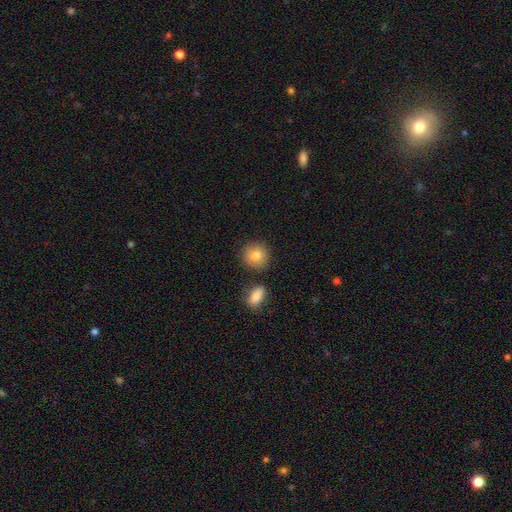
Smooth or featured? 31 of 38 (82%) said smooth. How rounded? 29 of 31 (94%) said round. Merging? 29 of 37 (78%) said none.